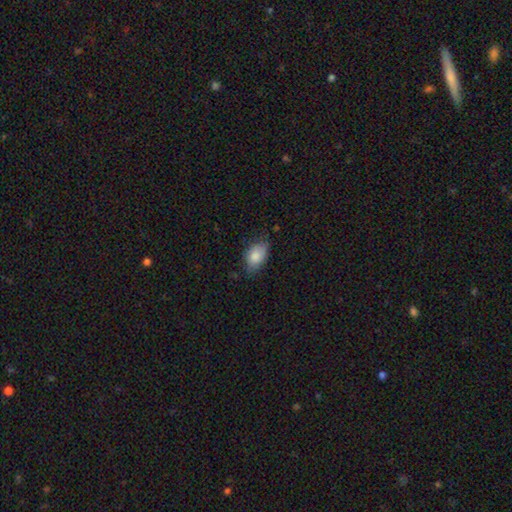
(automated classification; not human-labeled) This is clearly a smooth galaxy (83%). How rounded: clearly in between (90%). Merging: likely none (67%).